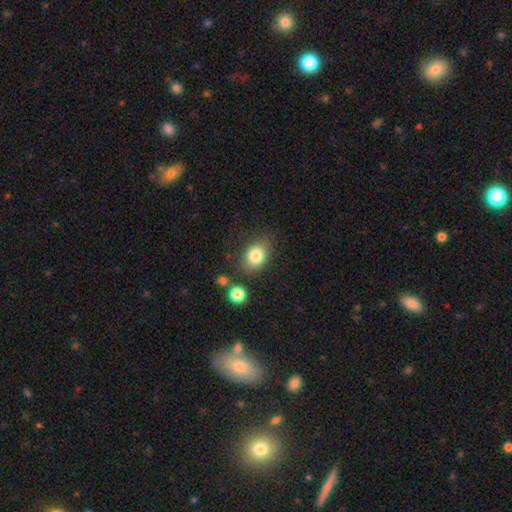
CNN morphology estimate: smooth 82%, star or artifact 9%, featured or disk 9%. Down the decision tree: how rounded — in between (69%); merging — none (72%).